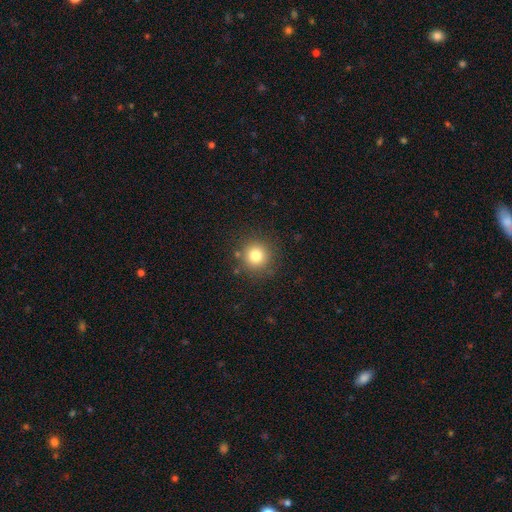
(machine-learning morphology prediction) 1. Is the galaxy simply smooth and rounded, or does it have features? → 79% smooth, 13% star or artifact, 8% featured or disk.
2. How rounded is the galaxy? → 94% round, 5% in between, 1% cigar-shaped.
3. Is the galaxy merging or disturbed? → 86% none, 8% minor disturbance, 3% major disturbance, 3% merger.